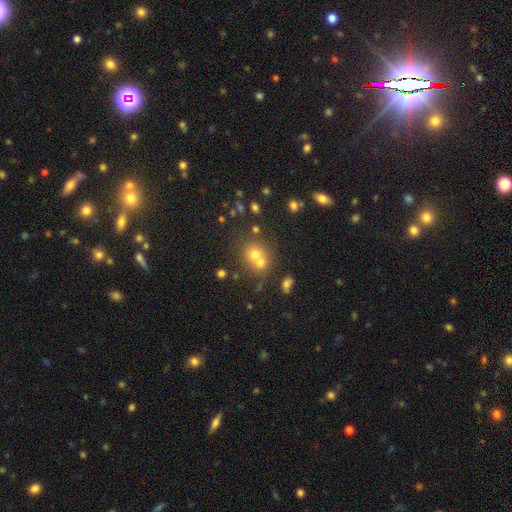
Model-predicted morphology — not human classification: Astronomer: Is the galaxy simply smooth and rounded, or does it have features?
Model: smooth — 63%.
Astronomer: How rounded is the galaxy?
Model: round — 77%.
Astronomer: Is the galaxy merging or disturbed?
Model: merger — 49% (runner-up: none, 40%).